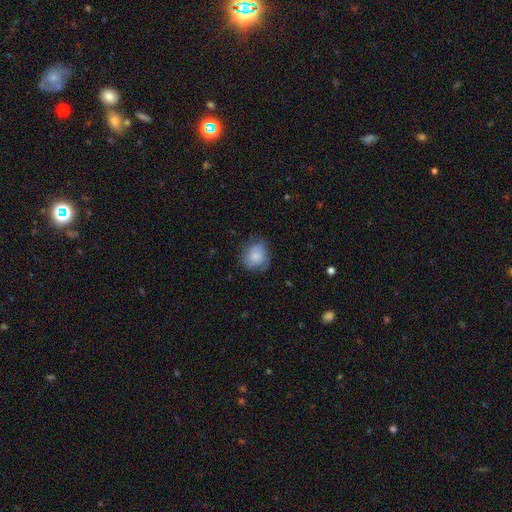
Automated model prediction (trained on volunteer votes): smooth_or_featured: smooth (p=0.77) [alt: featured or disk p=0.15]
how_rounded: round (p=0.75) [alt: in between p=0.24]
merging: none (p=0.65) [alt: minor disturbance p=0.26]